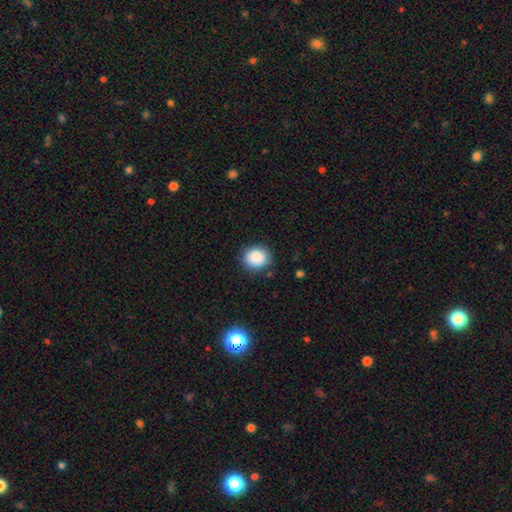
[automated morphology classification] Smooth or featured? smooth (87%)
How rounded? round (79%)
Merging? none (83%)